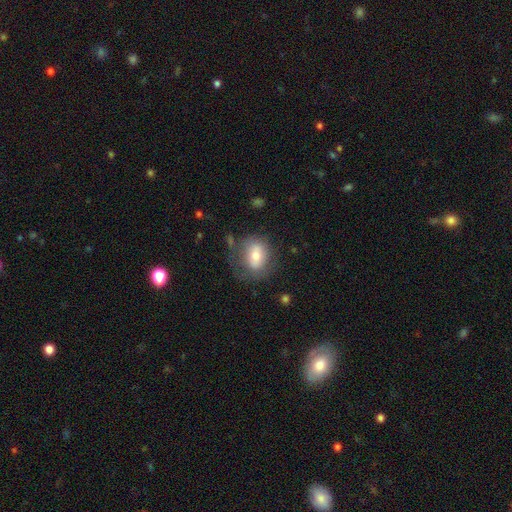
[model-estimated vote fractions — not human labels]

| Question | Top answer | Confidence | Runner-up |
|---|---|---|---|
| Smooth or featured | smooth | 64% | featured or disk (28%) |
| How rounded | in between | 54% | round (45%) |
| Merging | none | 64% | minor disturbance (20%) |